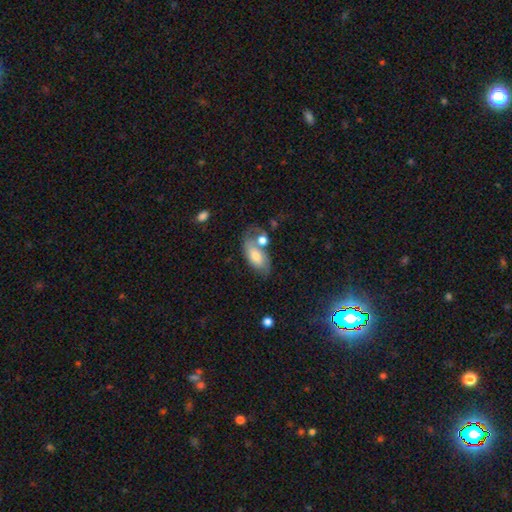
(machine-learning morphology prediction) smooth_or_featured: smooth (p=0.62) [alt: featured or disk p=0.31]
how_rounded: in between (p=0.90) [alt: cigar-shaped p=0.06]
merging: none (p=0.42) [alt: merger p=0.27]